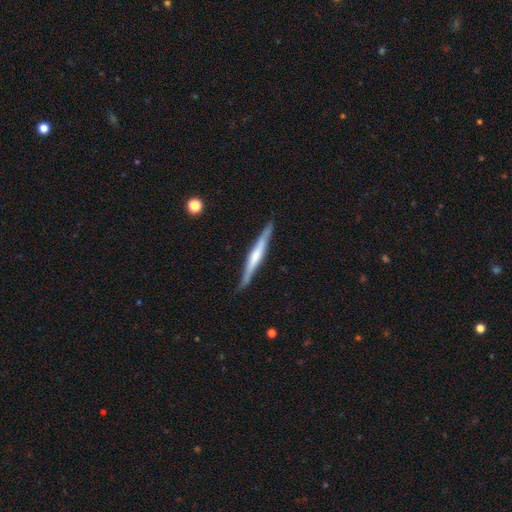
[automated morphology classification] Smooth or featured: featured or disk — 59% (smooth — 36%)
Edge-on disk: yes — 97% (no — 3%)
Edge-on bulge: rounded — 38% (none — 36%)
Merging: none — 88% (minor disturbance — 10%)